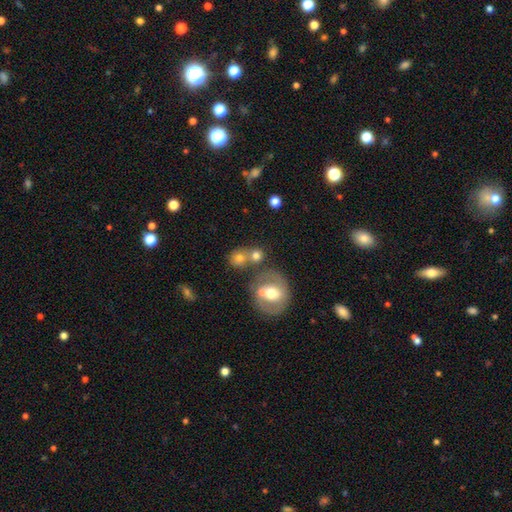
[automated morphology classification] Smooth or featured? Predicted: smooth (p=0.70). How rounded? Predicted: round (p=0.80). Merging? Predicted: none (p=0.43).